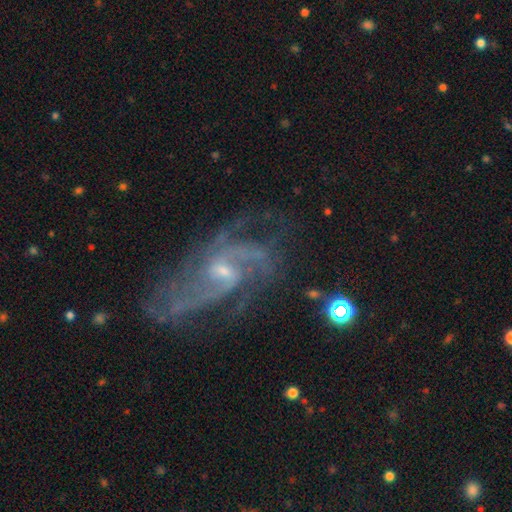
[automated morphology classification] This is clearly a featured or disk galaxy (87%). It is clearly not viewed edge-on (95%). Bar: possibly weak (47%). Spiral arm pattern: clearly yes (96%). Spiral arm count: marginally 2 (32%). Spiral winding: possibly medium (48%). Central bulge: likely small (63%). Merging: likely none (63%).